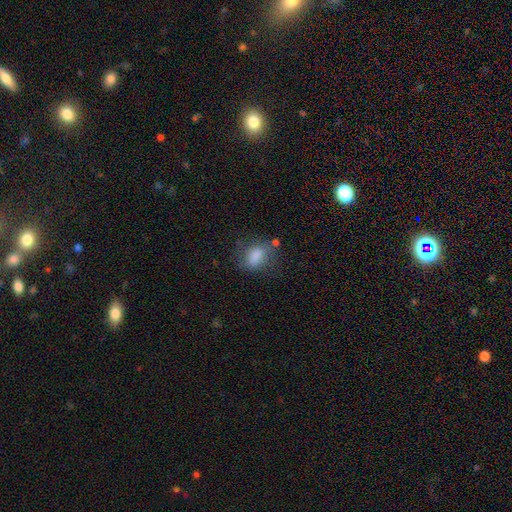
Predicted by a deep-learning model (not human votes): Q: Smooth or featured?
A: smooth (78%); runner-up: featured or disk (11%)
Q: How rounded?
A: in between (77%); runner-up: round (17%)
Q: Merging?
A: none (64%); runner-up: minor disturbance (21%)